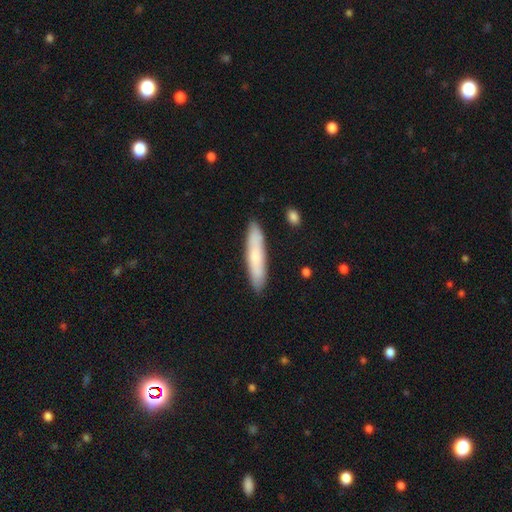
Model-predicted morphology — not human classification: A smooth galaxy with no disk features (69%) that is cigar-shaped (87%). Merging: none (88%).